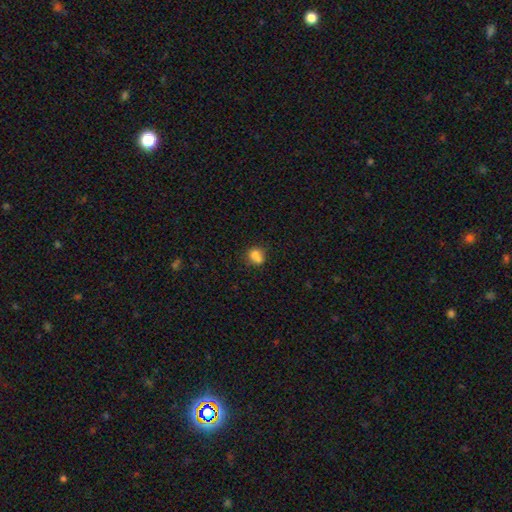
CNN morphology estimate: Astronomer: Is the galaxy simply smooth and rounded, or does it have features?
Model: smooth — 75%.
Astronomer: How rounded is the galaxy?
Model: round — 65%.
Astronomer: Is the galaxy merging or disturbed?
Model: none — 40% (runner-up: merger, 38%).